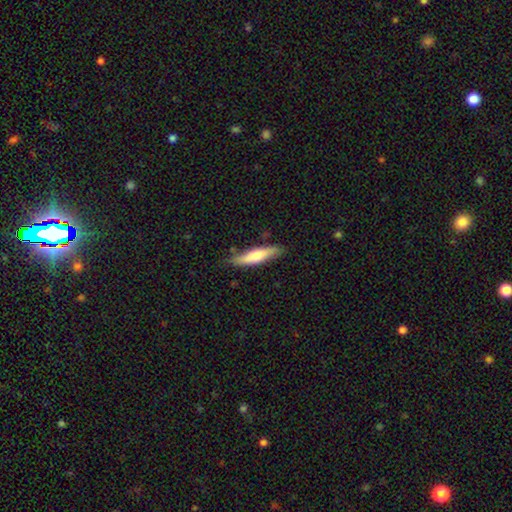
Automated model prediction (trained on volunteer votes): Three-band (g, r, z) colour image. It shows a smooth galaxy with no disk features (60%) that is cigar-shaped (77%). Merging: none (79%).